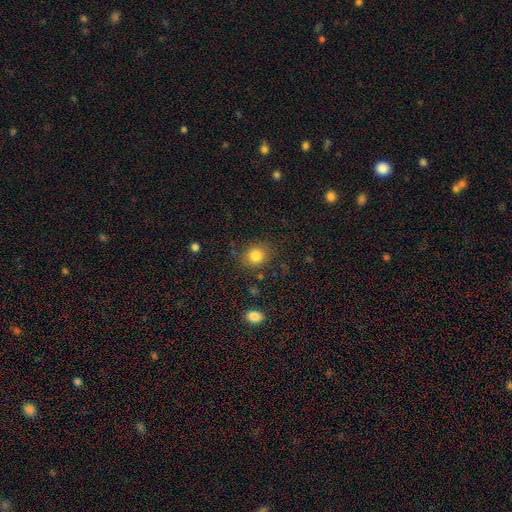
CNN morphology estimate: A smooth galaxy with no disk features (82%) that is round (77%). Merging: none (81%).